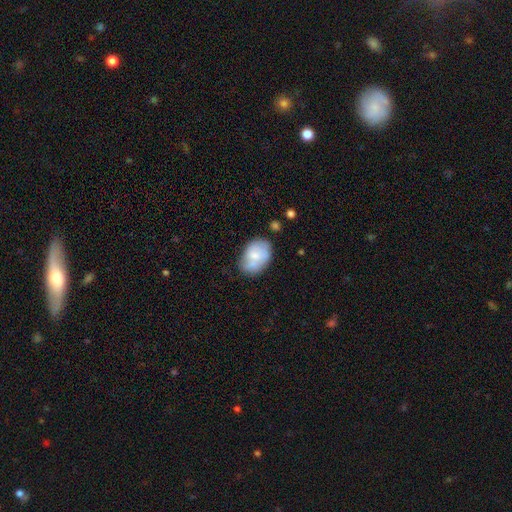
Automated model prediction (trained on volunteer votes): Smooth or featured?
  - smooth: 59% *
  - featured or disk: 34%
  - star or artifact: 7%
How rounded?
  - in between: 79% *
  - round: 20%
  - cigar-shaped: 1%
Merging?
  - none: 51% *
  - minor disturbance: 30%
  - major disturbance: 10%
  - merger: 9%